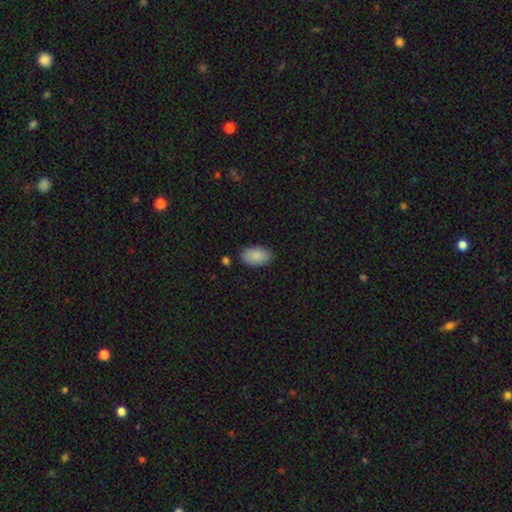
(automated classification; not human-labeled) Morphology: type=smooth (89%); roundness=in between (94%); merging=none (84%).